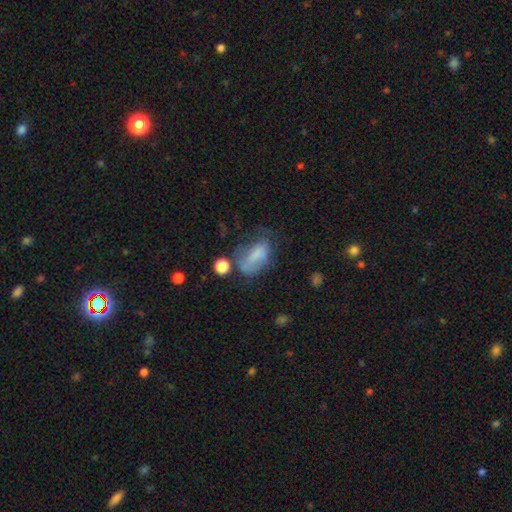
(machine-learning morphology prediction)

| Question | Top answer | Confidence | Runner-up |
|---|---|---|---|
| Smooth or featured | smooth | 66% | featured or disk (23%) |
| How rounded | in between | 85% | round (10%) |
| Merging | none | 32% | major disturbance (30%) |